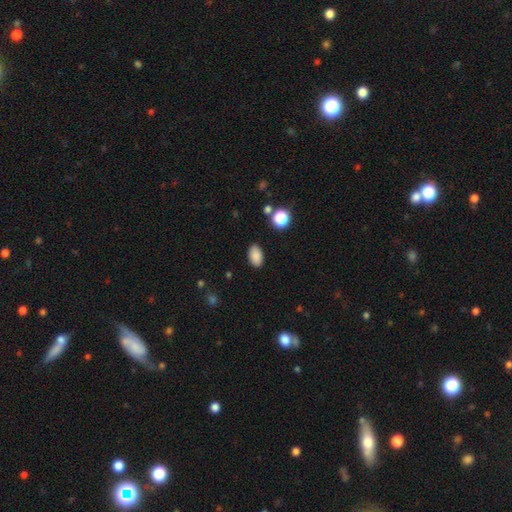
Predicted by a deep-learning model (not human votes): smooth-or-featured: smooth: 87% | star or artifact: 9% | featured or disk: 4%
  how-rounded: in between: 90% | round: 8% | cigar-shaped: 1%
  merging: none: 88% | minor disturbance: 9% | major disturbance: 2% | merger: 1%